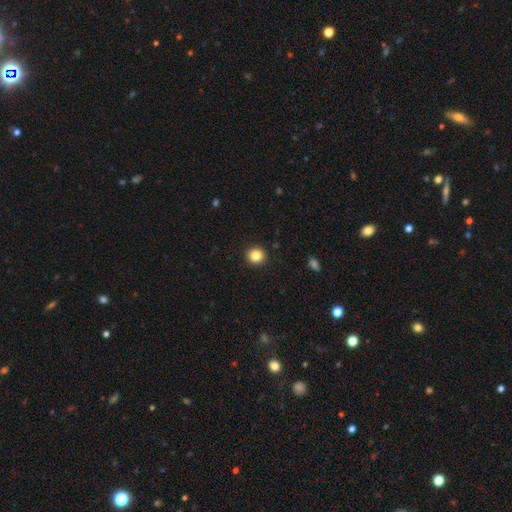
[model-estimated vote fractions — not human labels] Smooth or featured? smooth (84%)
How rounded? round (91%)
Merging? none (93%)